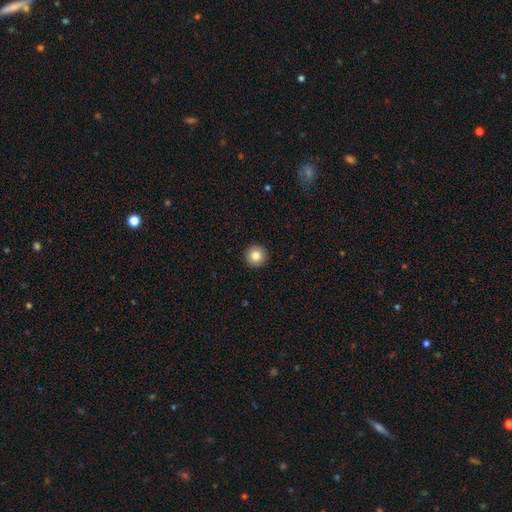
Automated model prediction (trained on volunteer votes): This appears to be a smooth galaxy with no disk features (83%) that is round (96%). Merging: none (94%).